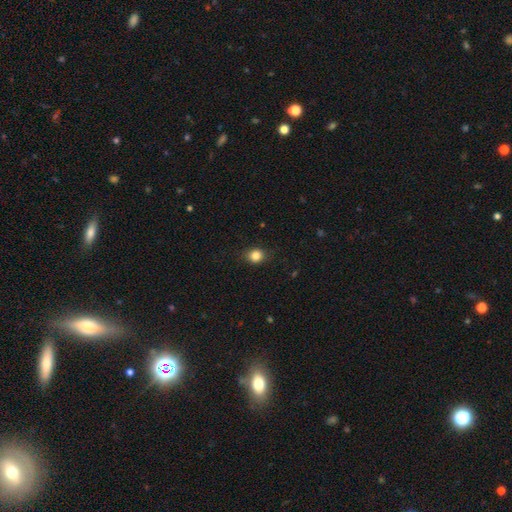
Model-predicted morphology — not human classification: smooth-or-featured: smooth: 83% | star or artifact: 11% | featured or disk: 6%
  how-rounded: round: 70% | in between: 29% | cigar-shaped: 1%
  merging: none: 86% | minor disturbance: 10% | major disturbance: 3% | merger: 1%